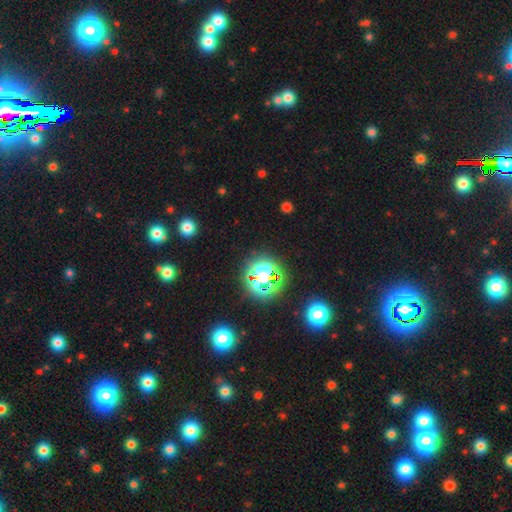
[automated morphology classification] type=star or artifact (74%).